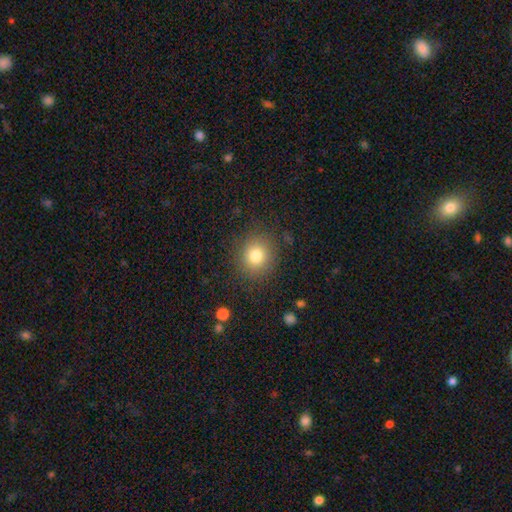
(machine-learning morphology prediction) smooth-or-featured: smooth: 79% | star or artifact: 12% | featured or disk: 8%
  how-rounded: round: 86% | in between: 13% | cigar-shaped: 1%
  merging: none: 87% | minor disturbance: 8% | major disturbance: 4% | merger: 1%